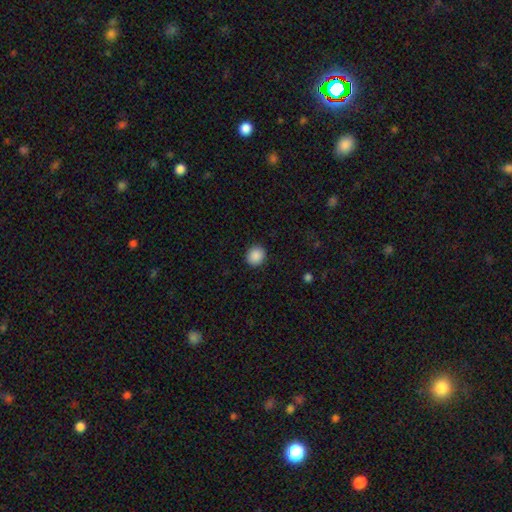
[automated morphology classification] smooth-or-featured: smooth: 89% | star or artifact: 8% | featured or disk: 3%
  how-rounded: round: 81% | in between: 18% | cigar-shaped: 1%
  merging: none: 91% | minor disturbance: 6% | major disturbance: 2% | merger: 1%